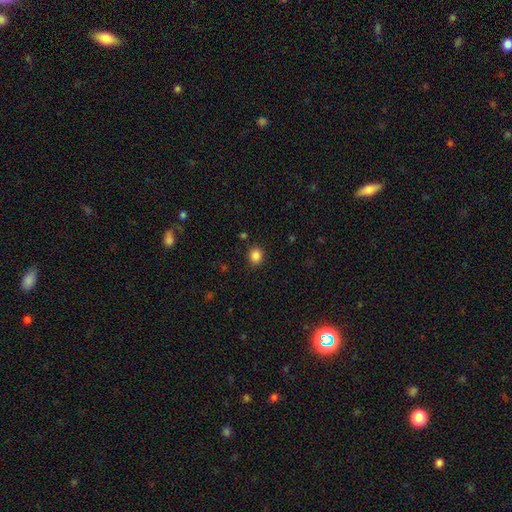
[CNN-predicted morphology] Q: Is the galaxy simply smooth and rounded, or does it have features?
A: smooth — 86%.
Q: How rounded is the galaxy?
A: round — 72%.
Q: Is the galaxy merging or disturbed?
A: none — 88%.